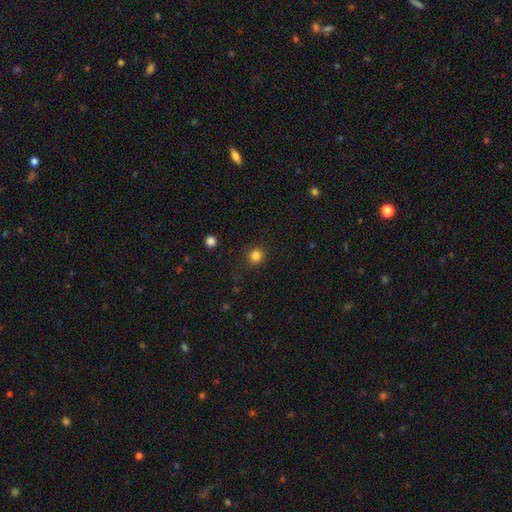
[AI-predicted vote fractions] smooth-or-featured: smooth: 83% | star or artifact: 12% | featured or disk: 5%
  how-rounded: round: 88% | in between: 11% | cigar-shaped: 1%
  merging: none: 89% | minor disturbance: 7% | major disturbance: 3% | merger: 1%